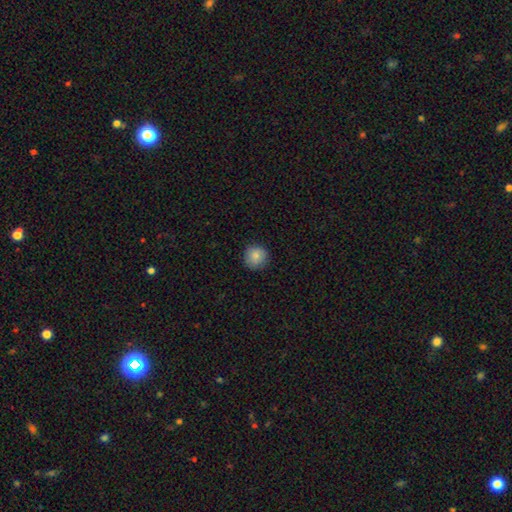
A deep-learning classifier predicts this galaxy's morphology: The model was most divided on "smooth or featured": smooth: 85%, star or artifact: 9%, featured or disk: 6%. More confident: how rounded — round (94%); merging — none (89%).